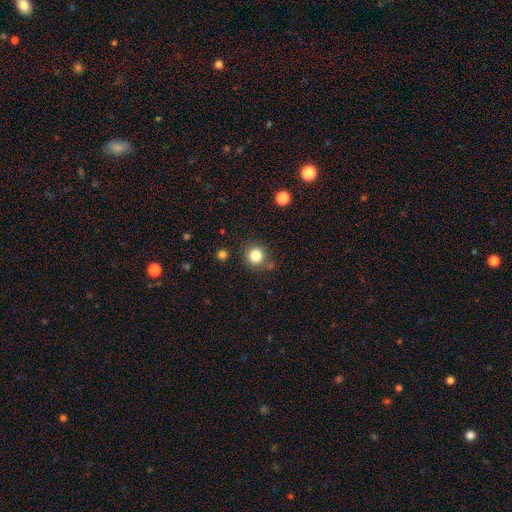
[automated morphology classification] type=smooth (83%); roundness=round (92%); merging=none (80%).